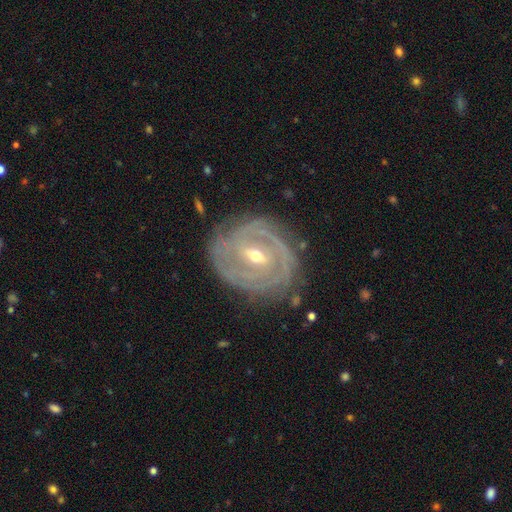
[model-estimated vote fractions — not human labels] A featured or disk galaxy (88%) with a weak bar (46%), 2 (39%) tight (75%) spiral arms (94%) and a moderate central bulge (50%).

Vote fractions:
- Smooth or featured? featured or disk: 88% / smooth: 7% / star or artifact: 6%
- Edge-on disk? no: 96% / yes: 4%
- Bar? weak: 46% / strong: 35% / no: 19%
- Spiral arms? yes: 94% / no: 6%
- Spiral winding? tight: 75% / medium: 21% / loose: 5%
- Spiral arm count? 2: 39% / can't tell: 24% / 3: 19% / 4: 8% / 1: 5% / more than 4: 5%
- Bulge size? moderate: 50% / small: 48% / large: 1% / none: 1% / dominant: 1%
- Merging? none: 79% / minor disturbance: 15% / major disturbance: 5% / merger: 1%